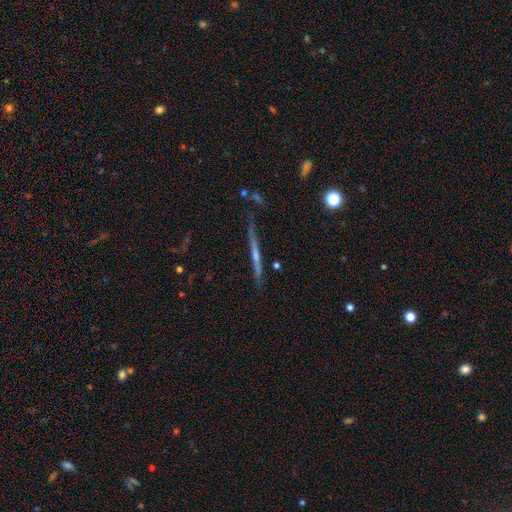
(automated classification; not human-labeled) This appears to be a featured or disk galaxy (71%) viewed edge-on (96%) with a rounded central bulge (65%). Merging: none (82%).